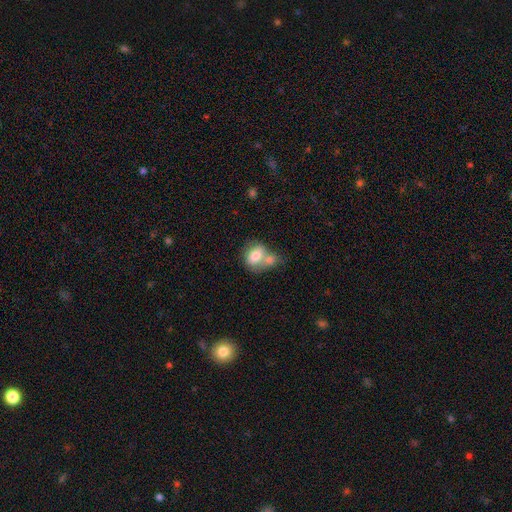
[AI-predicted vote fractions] Smooth or featured? Predicted: smooth (p=0.75). How rounded? Predicted: in between (p=0.64). Merging? Predicted: merger (p=0.56).